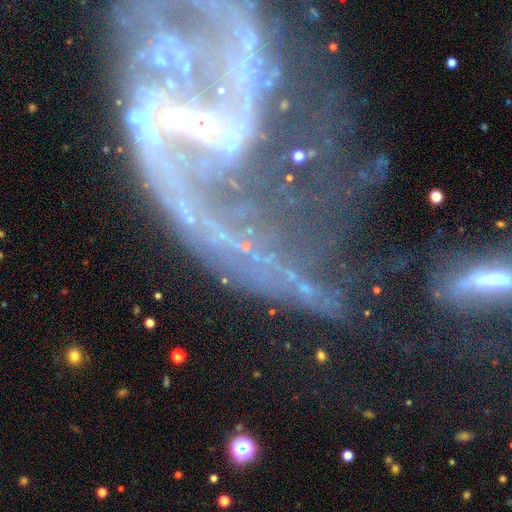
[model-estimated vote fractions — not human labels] featured or disk 79%, star or artifact 14%, smooth 7%. Down the decision tree: edge-on disk — no (95%); bar — no (37%); spiral arms — yes (78%); spiral arm count — 2 (56%); spiral winding — loose (64%); bulge size — small (45%); merging — major disturbance (43%).